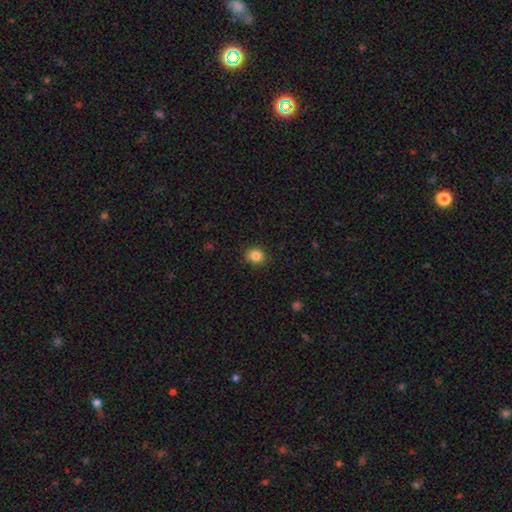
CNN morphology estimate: Q: Smooth or featured?
A: smooth (85%); runner-up: star or artifact (11%)
Q: How rounded?
A: round (83%); runner-up: in between (17%)
Q: Merging?
A: none (86%); runner-up: minor disturbance (10%)